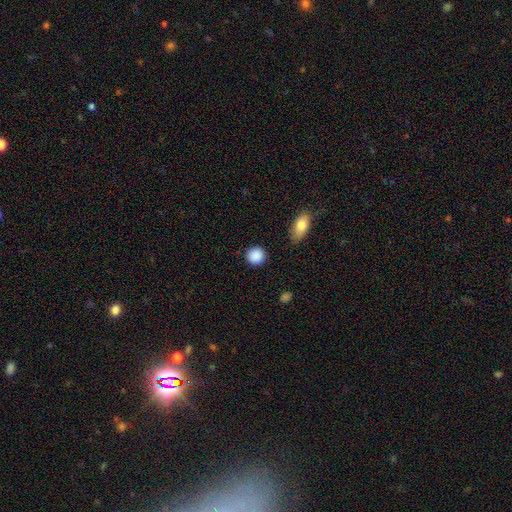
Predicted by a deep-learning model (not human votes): Morphology: type=smooth (89%); roundness=round (91%); merging=none (89%).